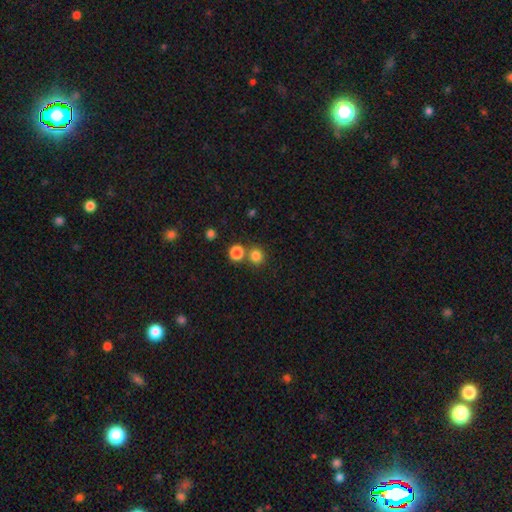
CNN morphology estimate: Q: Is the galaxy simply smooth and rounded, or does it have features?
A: smooth — 81%.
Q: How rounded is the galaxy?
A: round — 89%.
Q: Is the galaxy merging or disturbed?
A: none — 71%.